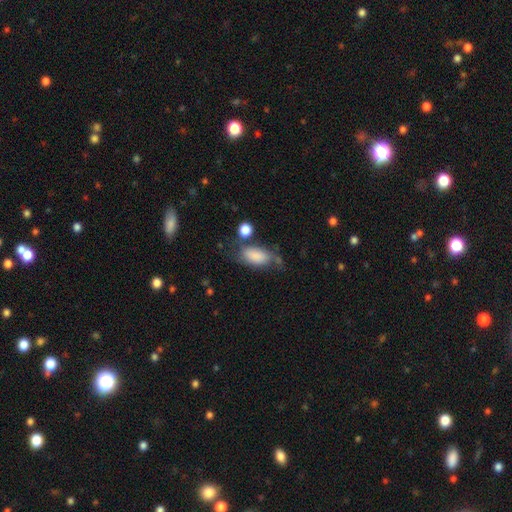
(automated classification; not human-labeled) Q: Smooth or featured?
A: smooth (77%); runner-up: featured or disk (15%)
Q: How rounded?
A: in between (88%); runner-up: cigar-shaped (6%)
Q: Merging?
A: none (43%); runner-up: minor disturbance (28%)